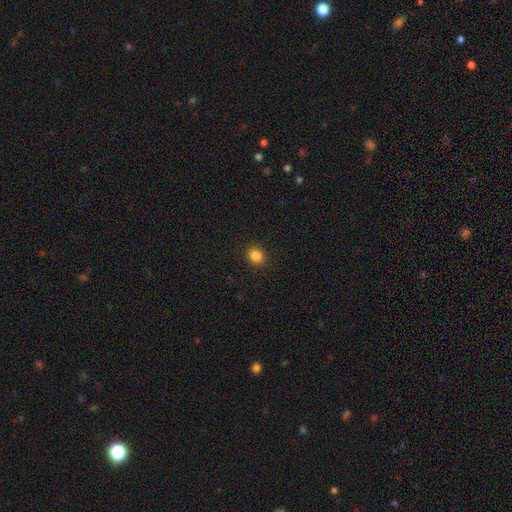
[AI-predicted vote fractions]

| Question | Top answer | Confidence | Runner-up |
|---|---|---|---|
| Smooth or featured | smooth | 85% | star or artifact (11%) |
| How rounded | round | 73% | in between (26%) |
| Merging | none | 91% | minor disturbance (6%) |